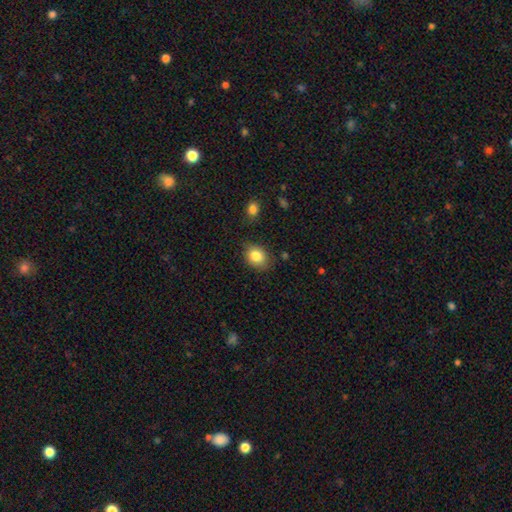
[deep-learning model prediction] smooth 83%, star or artifact 9%, featured or disk 8%. Down the decision tree: how rounded — in between (56%); merging — none (78%).